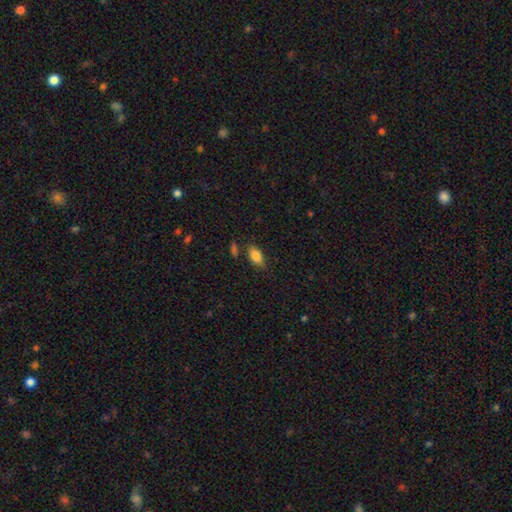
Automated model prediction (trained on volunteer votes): Morphology: type=smooth (77%); roundness=in between (85%); merging=none (75%).